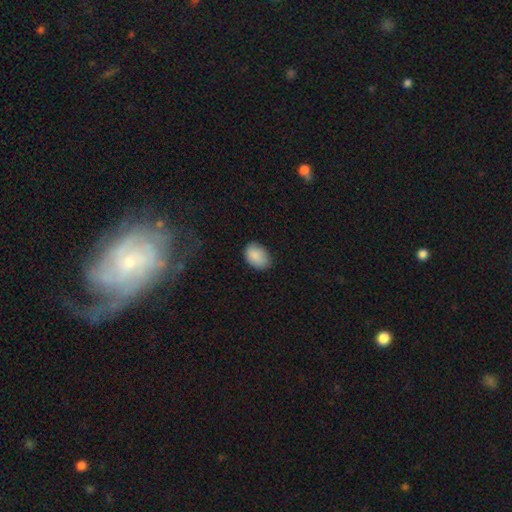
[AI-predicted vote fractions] smooth_or_featured: smooth (p=0.89) [alt: star or artifact p=0.07]
how_rounded: in between (p=0.84) [alt: round p=0.15]
merging: none (p=0.79) [alt: minor disturbance p=0.17]